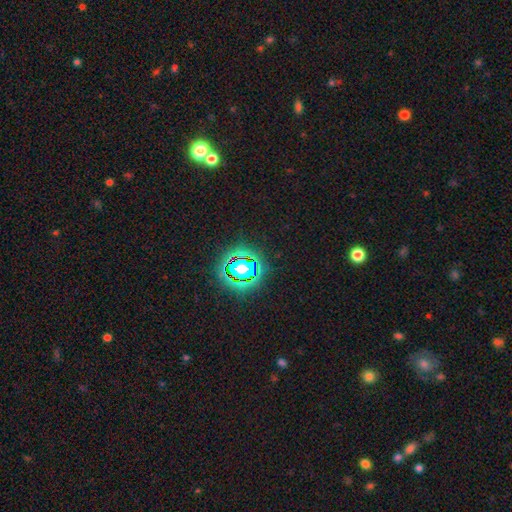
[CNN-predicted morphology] Smooth or featured? Predicted: star or artifact (p=0.81).